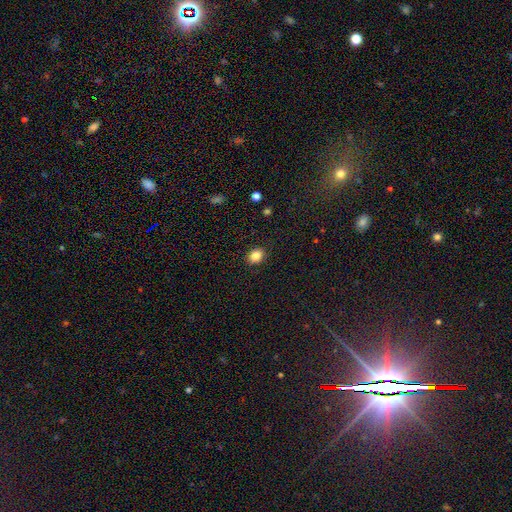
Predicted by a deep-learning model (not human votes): smooth_or_featured: smooth (p=0.85) [alt: star or artifact p=0.10]
how_rounded: in between (p=0.57) [alt: round p=0.42]
merging: none (p=0.89) [alt: minor disturbance p=0.08]